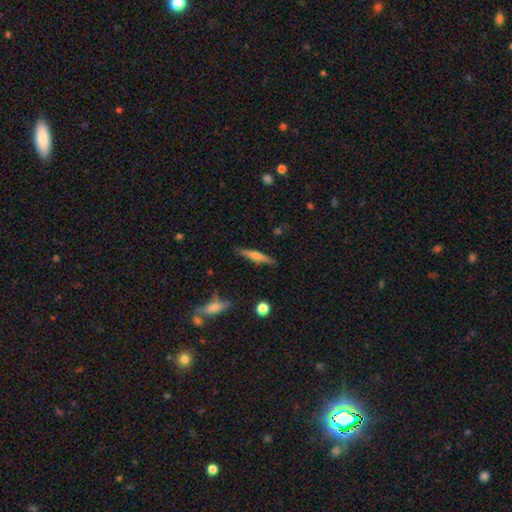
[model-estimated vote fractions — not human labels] Smooth or featured? smooth (51%)
How rounded? cigar-shaped (89%)
Merging? none (87%)